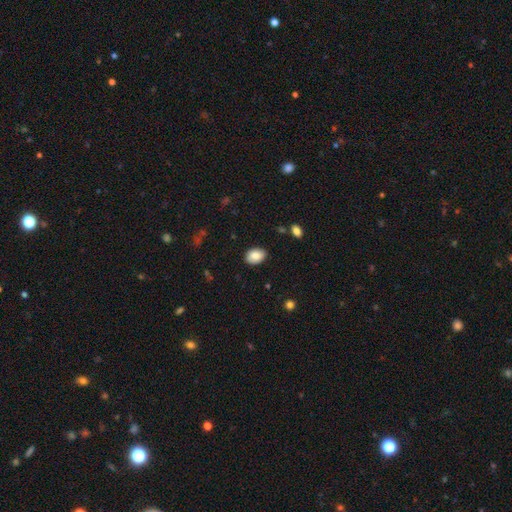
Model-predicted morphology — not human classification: smooth_or_featured: smooth (p=0.84) [alt: featured or disk p=0.09]
how_rounded: in between (p=0.79) [alt: round p=0.20]
merging: none (p=0.85) [alt: minor disturbance p=0.12]